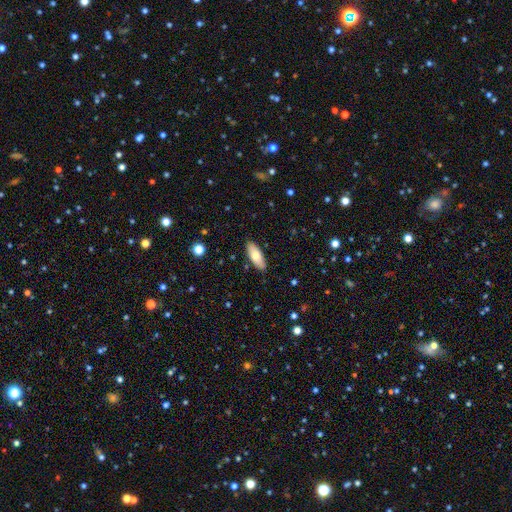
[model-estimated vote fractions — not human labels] Overall: smooth (74%). How rounded: in between (76%). Merging: none (88%).